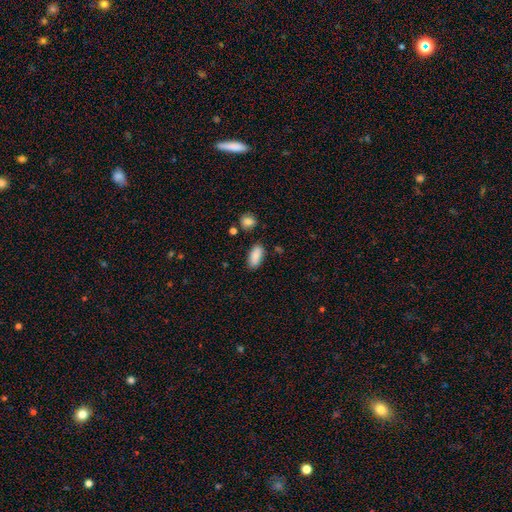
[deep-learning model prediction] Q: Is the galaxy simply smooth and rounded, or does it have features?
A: smooth — 85%.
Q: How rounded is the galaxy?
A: in between — 90%.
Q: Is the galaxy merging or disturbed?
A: none — 81%.